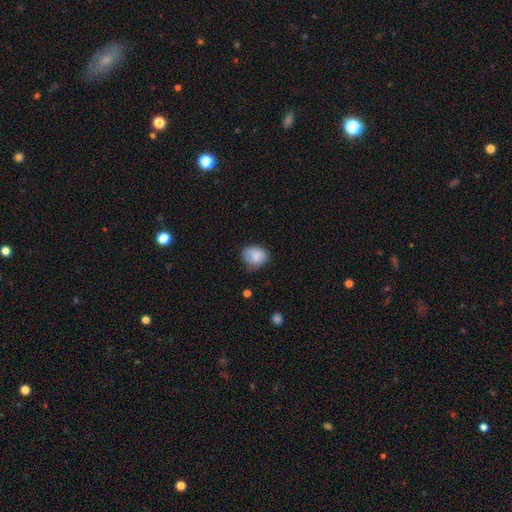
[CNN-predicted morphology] Smooth or featured? Predicted: smooth (p=0.84). How rounded? Predicted: in between (p=0.58). Merging? Predicted: none (p=0.61).